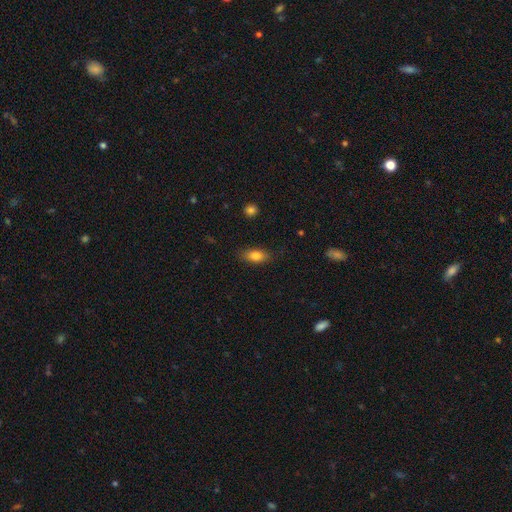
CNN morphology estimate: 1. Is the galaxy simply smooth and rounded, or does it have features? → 81% smooth, 11% featured or disk, 8% star or artifact.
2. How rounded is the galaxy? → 82% in between, 13% cigar-shaped, 5% round.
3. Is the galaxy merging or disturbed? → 83% none, 13% minor disturbance, 3% major disturbance, 1% merger.